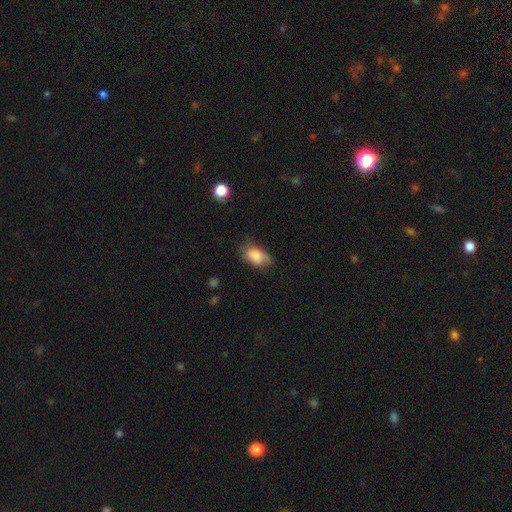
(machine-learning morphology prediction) Smooth or featured? Predicted: smooth (p=0.83). How rounded? Predicted: in between (p=0.88). Merging? Predicted: none (p=0.53).